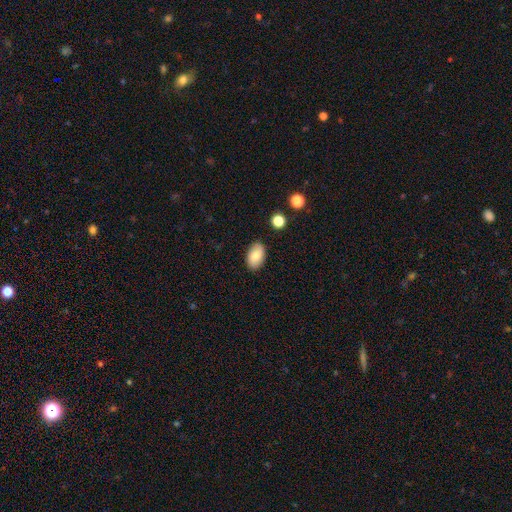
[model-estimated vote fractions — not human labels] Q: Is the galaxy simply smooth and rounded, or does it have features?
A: smooth — 81%.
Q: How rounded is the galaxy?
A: in between — 92%.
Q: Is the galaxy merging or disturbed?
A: none — 86%.